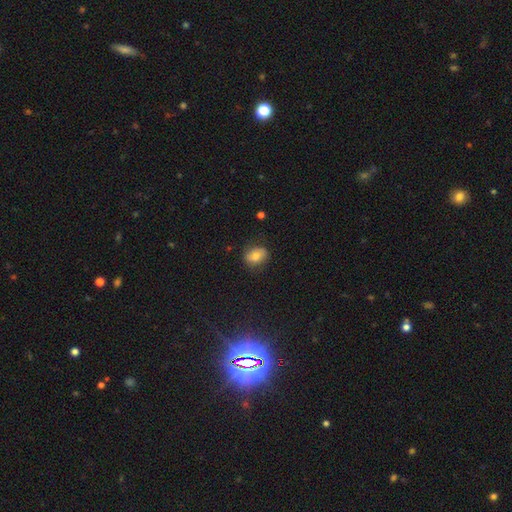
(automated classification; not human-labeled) Smooth or featured?
  - smooth: 73% *
  - featured or disk: 17%
  - star or artifact: 10%
How rounded?
  - in between: 62% *
  - round: 37%
  - cigar-shaped: 1%
Merging?
  - none: 75% *
  - minor disturbance: 19%
  - major disturbance: 5%
  - merger: 1%